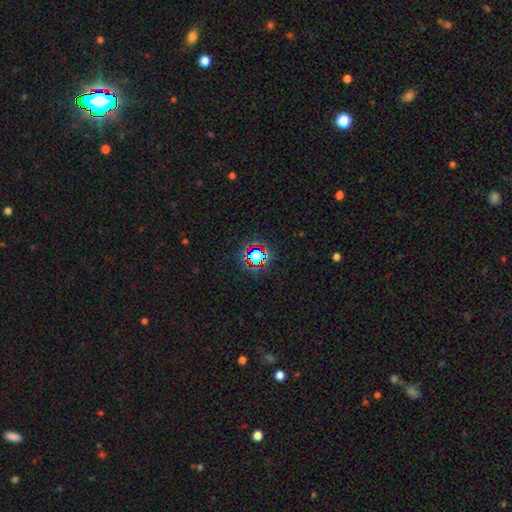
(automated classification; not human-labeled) The model was most divided on "smooth or featured": star or artifact: 66%, smooth: 23%, featured or disk: 11%.